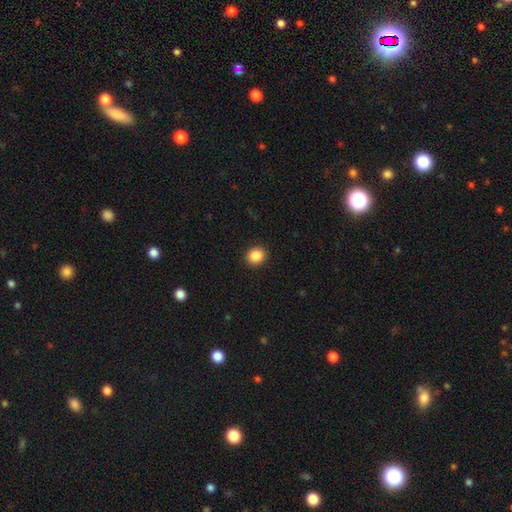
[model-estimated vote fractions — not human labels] smooth-or-featured: smooth: 88% | star or artifact: 9% | featured or disk: 3%
  how-rounded: round: 80% | in between: 19% | cigar-shaped: 1%
  merging: none: 92% | minor disturbance: 5% | major disturbance: 2% | merger: 1%